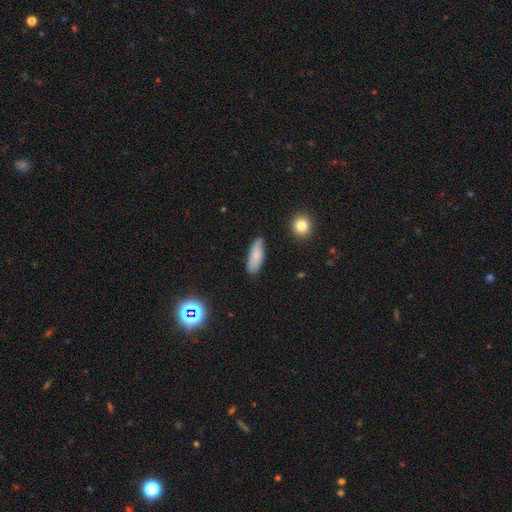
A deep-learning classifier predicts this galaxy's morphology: The model was most divided on "how rounded": in between: 67%, cigar-shaped: 30%, round: 2%. More confident: merging — none (77%); smooth or featured — smooth (76%).